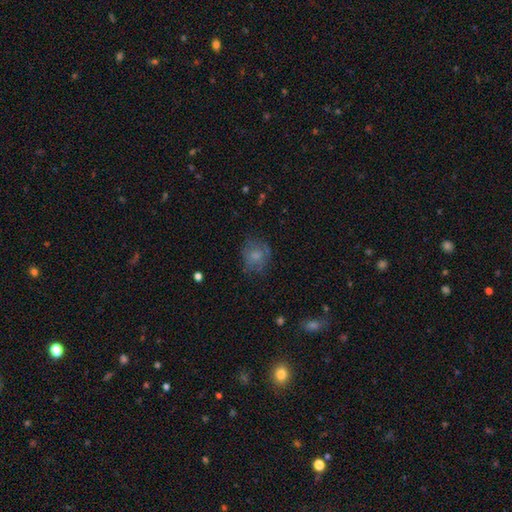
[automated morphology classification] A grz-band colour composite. It shows a smooth galaxy with no disk features (67%) that is round (73%). Merging: none (64%).